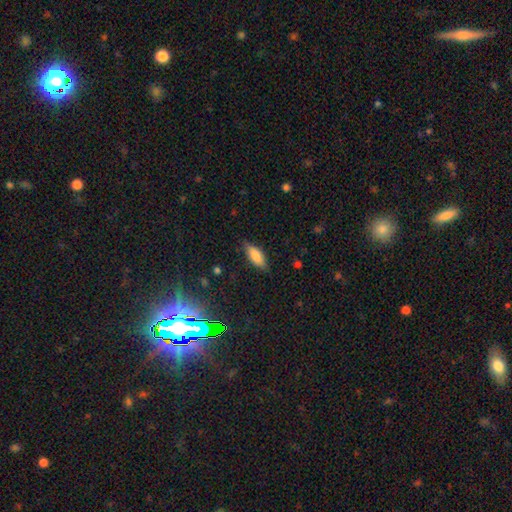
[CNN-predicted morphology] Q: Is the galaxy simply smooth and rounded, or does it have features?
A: smooth — 80%.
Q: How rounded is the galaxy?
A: in between — 73%.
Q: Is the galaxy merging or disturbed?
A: none — 80%.